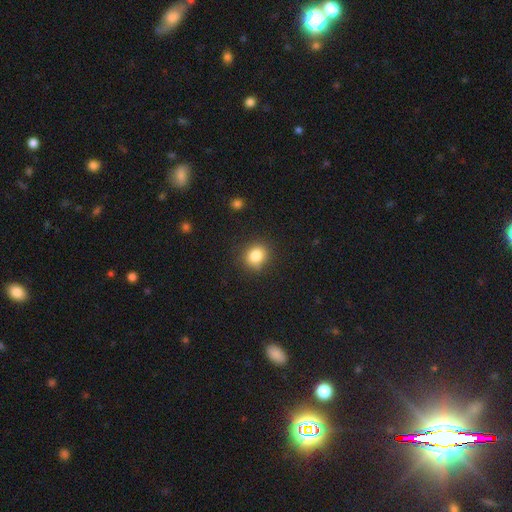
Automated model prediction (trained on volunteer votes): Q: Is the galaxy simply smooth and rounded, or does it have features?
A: smooth — 84%.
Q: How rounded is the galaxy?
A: round — 74%.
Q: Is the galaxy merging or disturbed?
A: none — 85%.